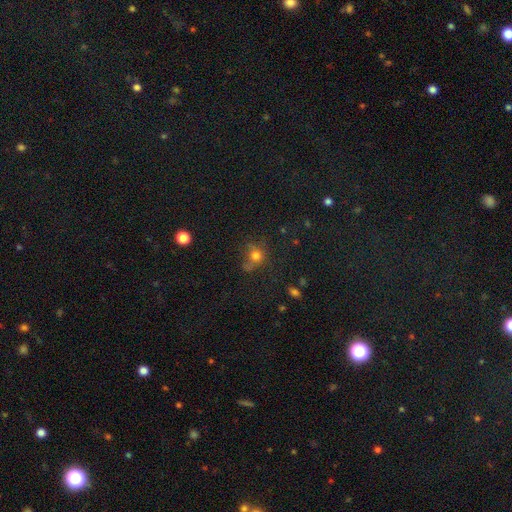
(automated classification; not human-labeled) Smooth or featured?
  - smooth: 70% *
  - star or artifact: 19%
  - featured or disk: 12%
How rounded?
  - round: 79% *
  - in between: 20%
  - cigar-shaped: 1%
Merging?
  - none: 57% *
  - minor disturbance: 21%
  - major disturbance: 14%
  - merger: 9%